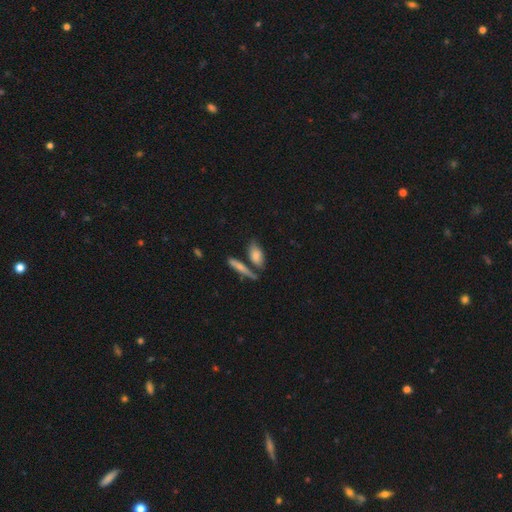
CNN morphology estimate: Overall: smooth (74%). How rounded: in between (64%; cigar-shaped 31%). Merging: none (62%).